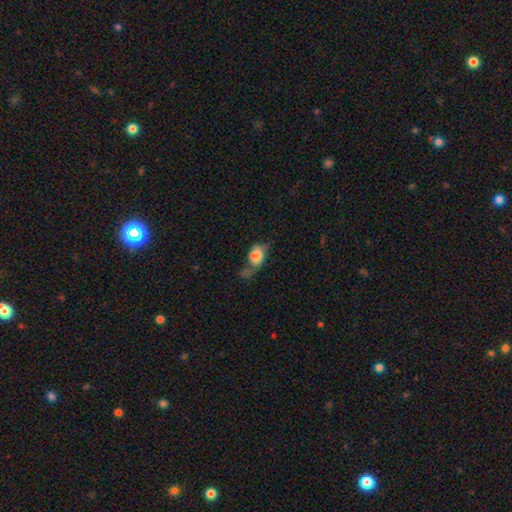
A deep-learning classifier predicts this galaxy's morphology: Smooth or featured?
  - smooth: 66% *
  - featured or disk: 24%
  - star or artifact: 11%
How rounded?
  - in between: 80% *
  - round: 17%
  - cigar-shaped: 3%
Merging?
  - major disturbance: 31% *
  - none: 25%
  - minor disturbance: 22%
  - merger: 22%